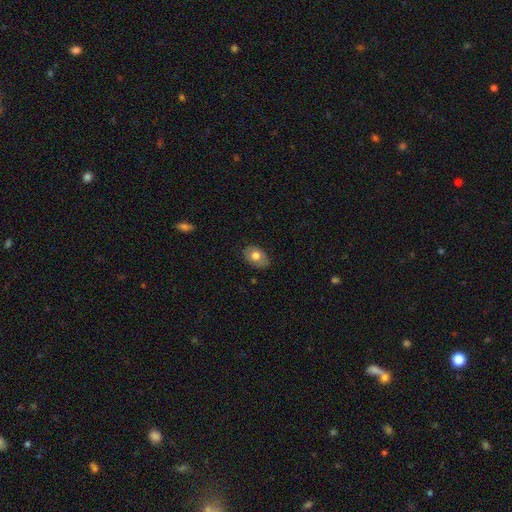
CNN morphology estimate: Smooth or featured? Predicted: smooth (p=0.69). How rounded? Predicted: in between (p=0.81). Merging? Predicted: none (p=0.79).